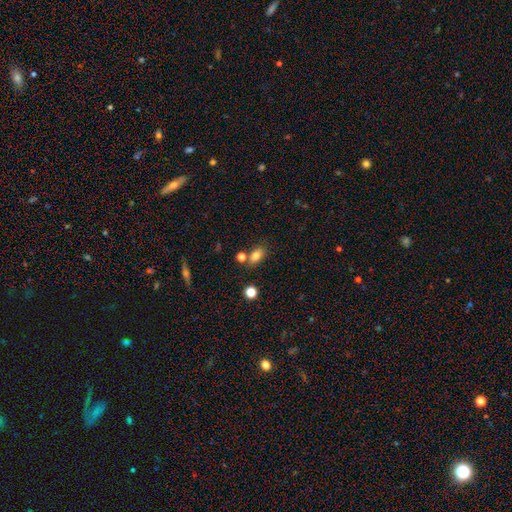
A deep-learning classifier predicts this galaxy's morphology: smooth 79%, star or artifact 11%, featured or disk 9%. Down the decision tree: how rounded — in between (82%); merging — none (71%).